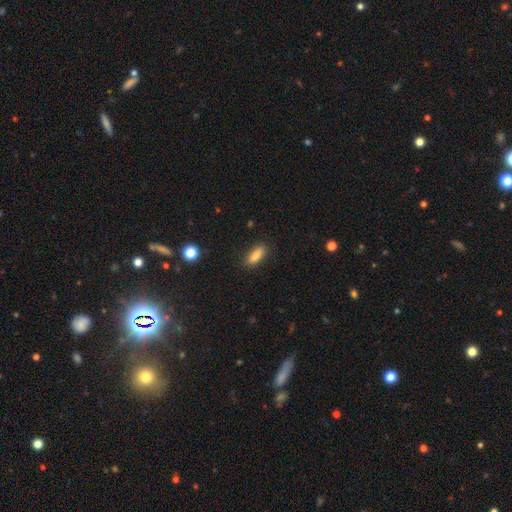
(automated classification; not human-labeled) This is clearly a smooth galaxy (83%). How rounded: likely in between (70%). Merging: clearly none (83%).